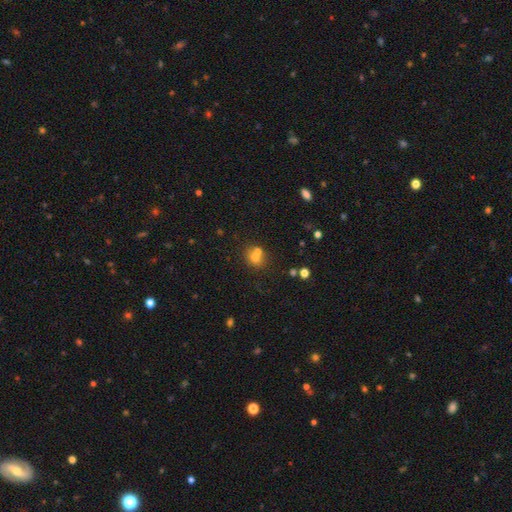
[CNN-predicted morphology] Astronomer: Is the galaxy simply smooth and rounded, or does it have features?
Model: smooth — 67%.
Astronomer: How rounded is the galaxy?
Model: round — 76%.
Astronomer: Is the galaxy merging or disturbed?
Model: none — 44%, tied with merger at 44%.